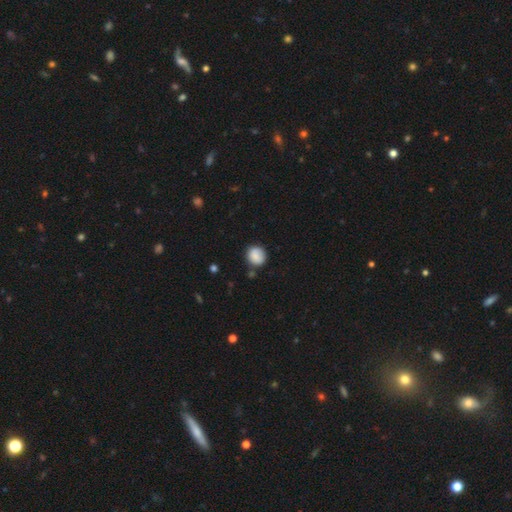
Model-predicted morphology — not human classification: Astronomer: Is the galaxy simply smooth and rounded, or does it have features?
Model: smooth — 87%.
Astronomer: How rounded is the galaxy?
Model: round — 82%.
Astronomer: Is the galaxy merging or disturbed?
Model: none — 79%.